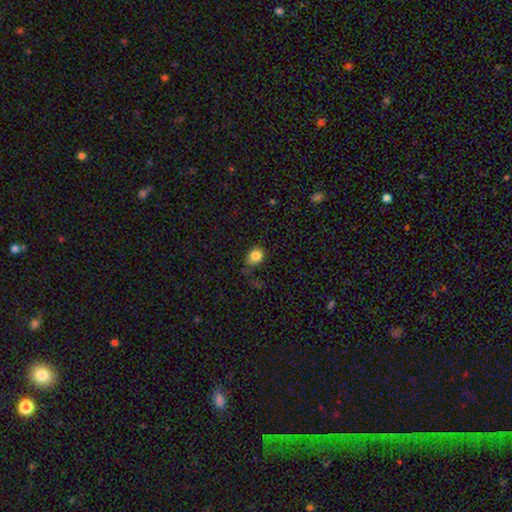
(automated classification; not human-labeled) A smooth galaxy with no disk features (83%) that is round (62%).

Vote fractions:
- Smooth or featured? smooth: 83% / star or artifact: 10% / featured or disk: 7%
- How rounded? round: 62% / in between: 37% / cigar-shaped: 1%
- Merging? none: 55% / minor disturbance: 28% / major disturbance: 14% / merger: 3%